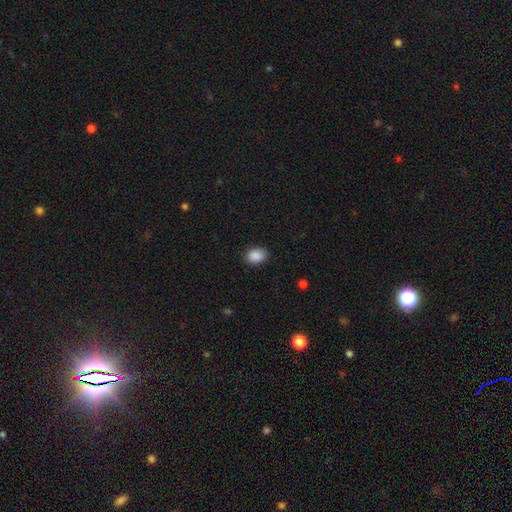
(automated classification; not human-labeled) smooth-or-featured: smooth: 89% | star or artifact: 8% | featured or disk: 3%
  how-rounded: in between: 70% | round: 29% | cigar-shaped: 1%
  merging: none: 88% | minor disturbance: 9% | major disturbance: 2% | merger: 1%